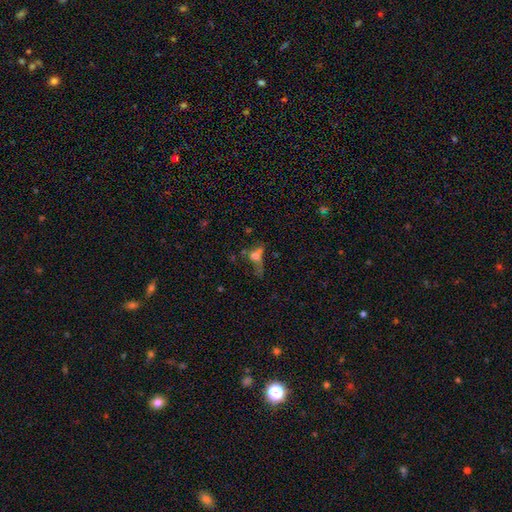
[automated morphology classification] Smooth or featured? Predicted: smooth (p=0.51). How rounded? Predicted: in between (p=0.58). Merging? Predicted: major disturbance (p=0.39).